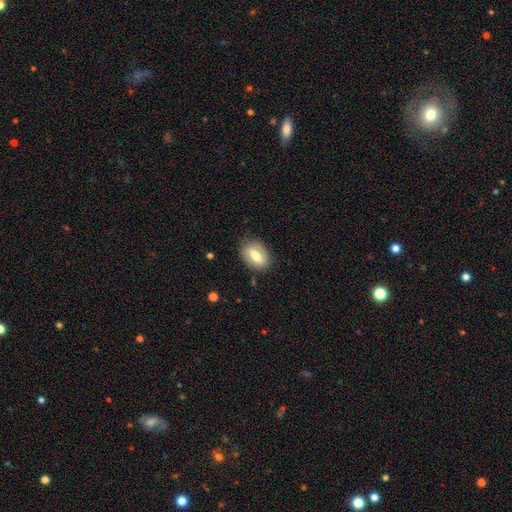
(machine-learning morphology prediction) The model was most divided on "smooth or featured": smooth: 58%, featured or disk: 35%, star or artifact: 7%. More confident: merging — none (82%); how rounded — in between (81%).